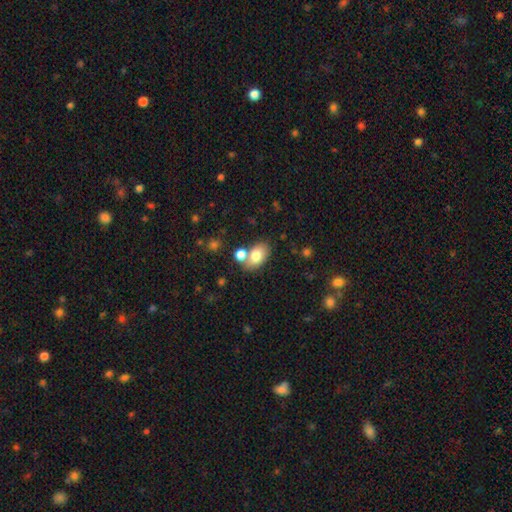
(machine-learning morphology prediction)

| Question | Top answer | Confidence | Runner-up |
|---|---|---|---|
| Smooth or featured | smooth | 78% | featured or disk (13%) |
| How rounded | in between | 84% | round (14%) |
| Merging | none | 57% | merger (26%) |